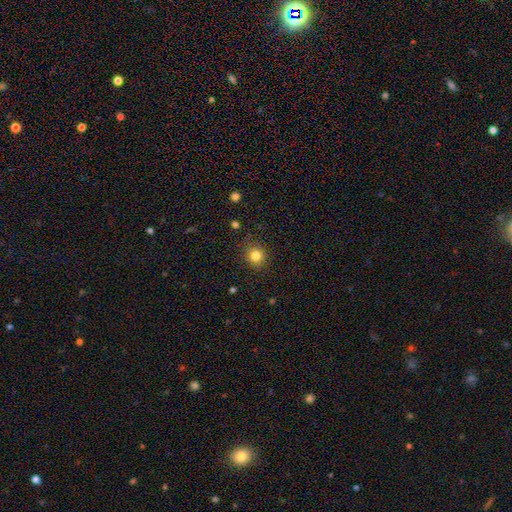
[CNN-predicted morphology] A smooth galaxy with no disk features (82%) that is round (86%).

Vote fractions:
- Smooth or featured? smooth: 82% / star or artifact: 12% / featured or disk: 6%
- How rounded? round: 86% / in between: 13% / cigar-shaped: 1%
- Merging? none: 85% / minor disturbance: 11% / major disturbance: 3% / merger: 1%